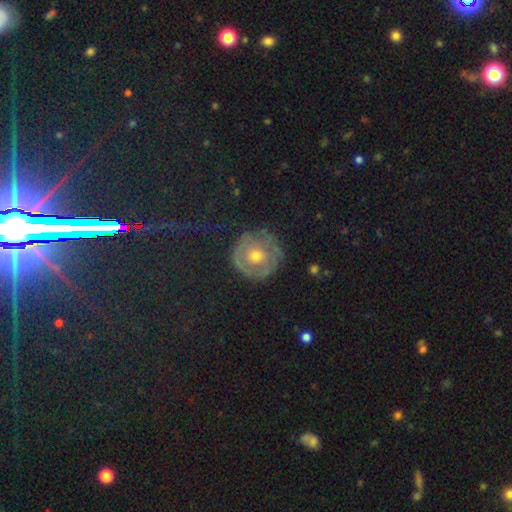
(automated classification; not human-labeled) Smooth or featured? Predicted: featured or disk (p=0.50). Edge-on disk? Predicted: no (p=0.94). Merging? Predicted: none (p=0.79).